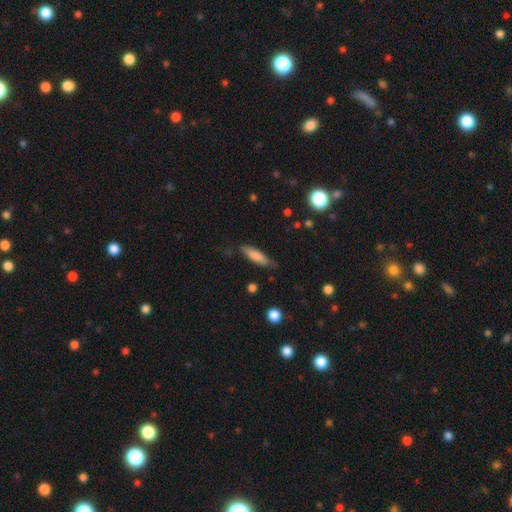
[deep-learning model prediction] smooth-or-featured: smooth: 78% | featured or disk: 16% | star or artifact: 6%
  how-rounded: cigar-shaped: 65% | in between: 34% | round: 2%
  merging: none: 73% | minor disturbance: 21% | major disturbance: 4% | merger: 2%